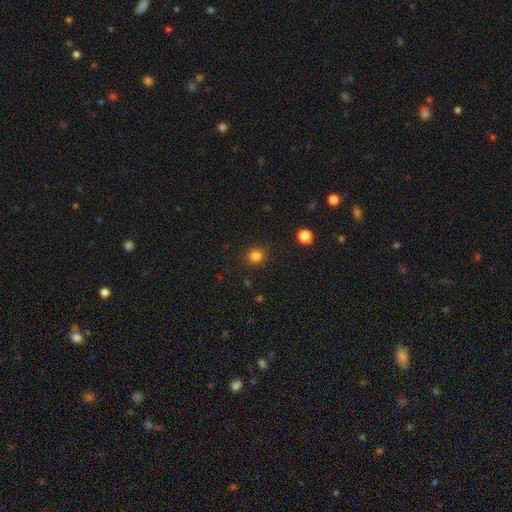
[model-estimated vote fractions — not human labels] This appears to be a smooth galaxy with no disk features (82%) that is round (85%). Merging: none (89%).